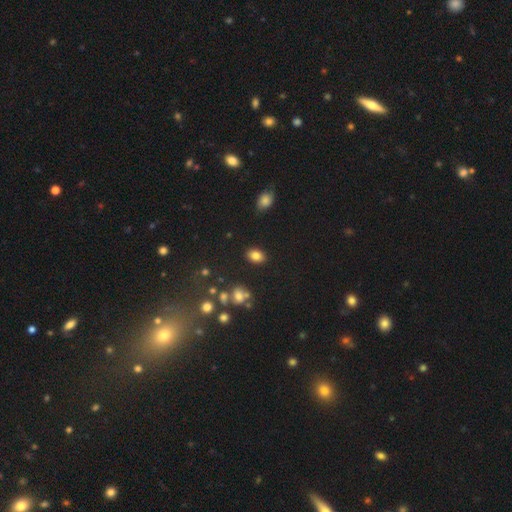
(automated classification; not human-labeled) A smooth galaxy with no disk features (82%) that is in between round and cigar-shaped (80%). Merging: none (85%).